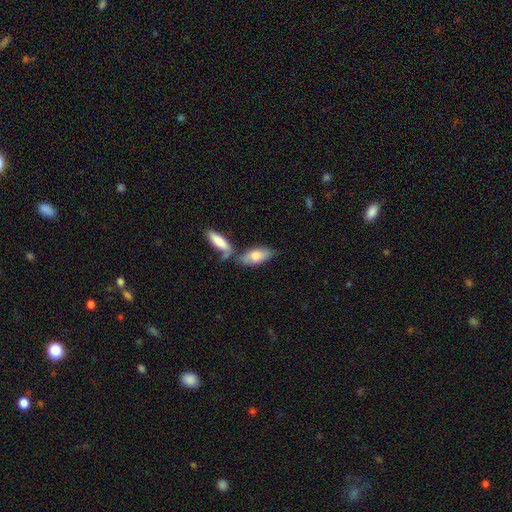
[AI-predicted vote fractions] smooth_or_featured: smooth (p=0.73) [alt: featured or disk p=0.21]
how_rounded: in between (p=0.79) [alt: cigar-shaped p=0.18]
merging: none (p=0.47) [alt: merger p=0.33]